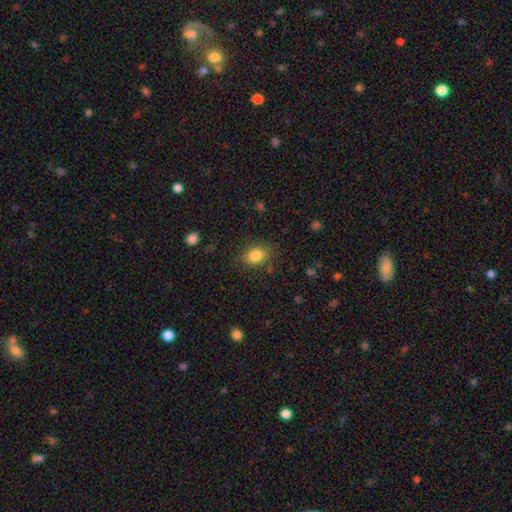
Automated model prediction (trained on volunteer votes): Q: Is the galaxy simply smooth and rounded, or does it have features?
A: smooth — 84%.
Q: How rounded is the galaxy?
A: in between — 70%.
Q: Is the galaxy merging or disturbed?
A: none — 82%.